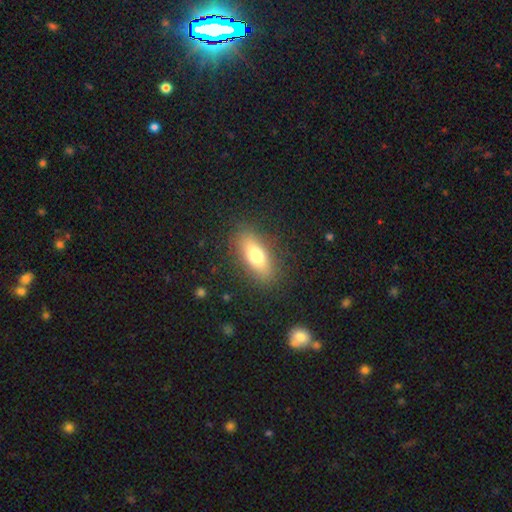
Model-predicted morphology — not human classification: This is likely a smooth galaxy (73%). How rounded: likely in between (75%). Merging: clearly none (85%).